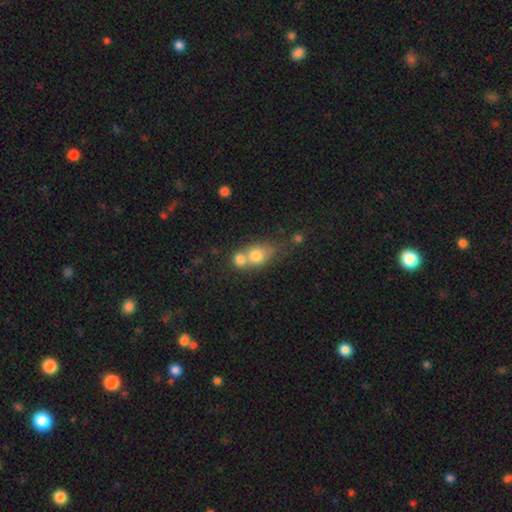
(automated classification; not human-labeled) Smooth or featured? smooth (74%)
How rounded? round (53%)
Merging? merger (64%)